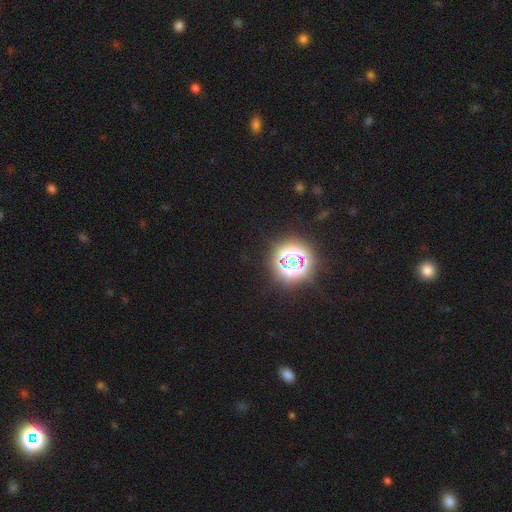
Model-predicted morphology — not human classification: Q: Smooth or featured?
A: star or artifact (82%); runner-up: smooth (12%)